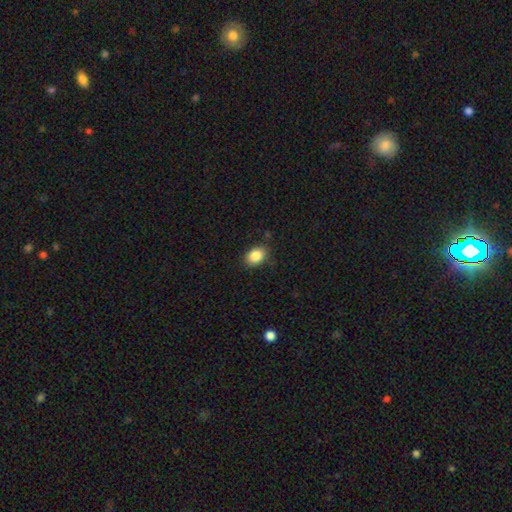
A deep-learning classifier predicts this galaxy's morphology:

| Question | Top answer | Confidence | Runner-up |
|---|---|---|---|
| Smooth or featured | smooth | 87% | star or artifact (8%) |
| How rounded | in between | 74% | round (25%) |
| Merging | none | 83% | minor disturbance (13%) |